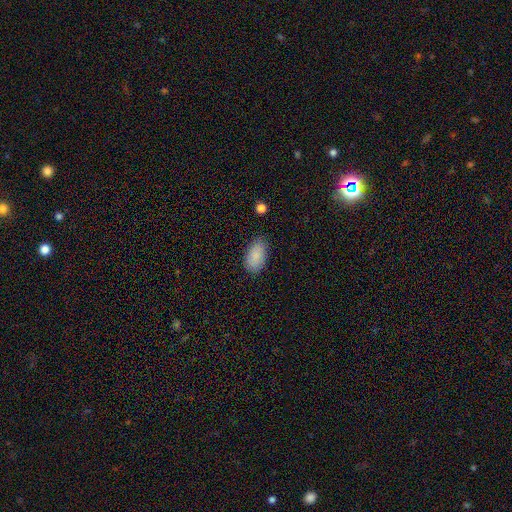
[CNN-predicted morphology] Smooth or featured?
  - smooth: 88% *
  - star or artifact: 7%
  - featured or disk: 6%
How rounded?
  - in between: 94% *
  - round: 4%
  - cigar-shaped: 2%
Merging?
  - none: 78% *
  - minor disturbance: 17%
  - major disturbance: 3%
  - merger: 2%